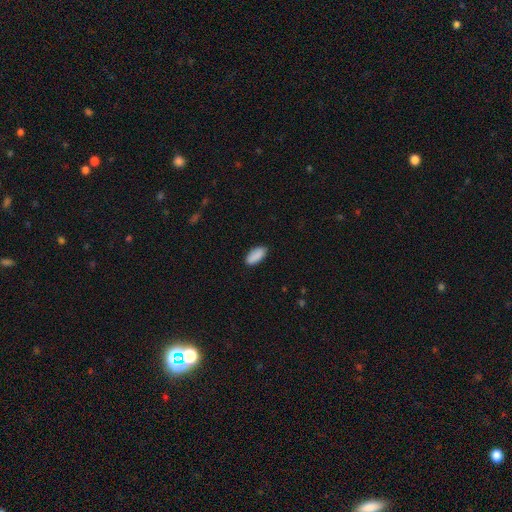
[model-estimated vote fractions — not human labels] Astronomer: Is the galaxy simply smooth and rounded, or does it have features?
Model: smooth — 89%.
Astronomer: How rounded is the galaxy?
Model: in between — 90%.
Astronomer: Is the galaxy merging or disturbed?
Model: none — 86%.